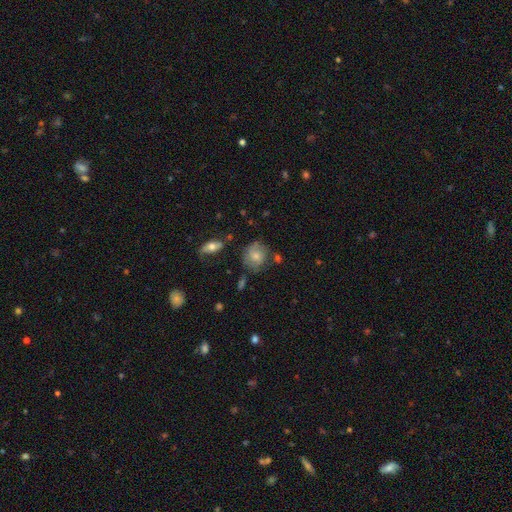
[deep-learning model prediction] Q: Smooth or featured?
A: smooth (49%); runner-up: featured or disk (42%)
Q: Merging?
A: none (62%); runner-up: minor disturbance (24%)